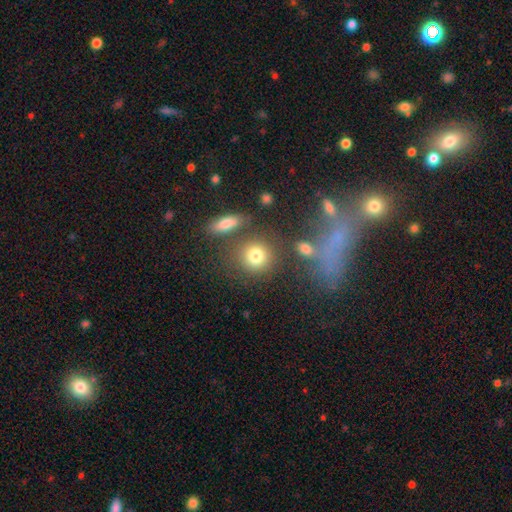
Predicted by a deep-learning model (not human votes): Q: Smooth or featured?
A: smooth (78%); runner-up: star or artifact (12%)
Q: How rounded?
A: round (82%); runner-up: in between (16%)
Q: Merging?
A: none (70%); runner-up: merger (12%)